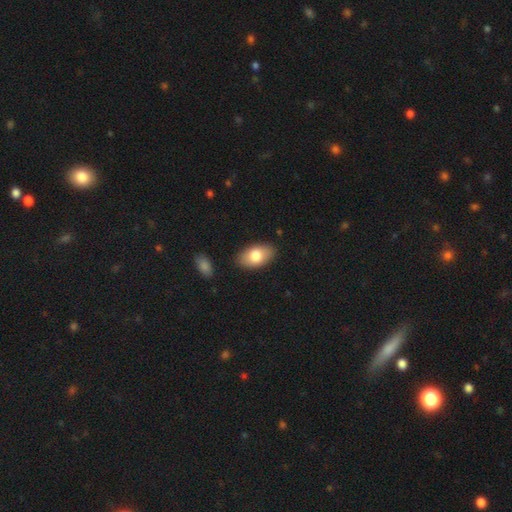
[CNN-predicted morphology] A smooth galaxy with no disk features (78%) that is in between round and cigar-shaped (93%).

Vote fractions:
- Smooth or featured? smooth: 78% / featured or disk: 16% / star or artifact: 6%
- How rounded? in between: 93% / round: 5% / cigar-shaped: 2%
- Merging? none: 86% / minor disturbance: 10% / major disturbance: 2% / merger: 2%